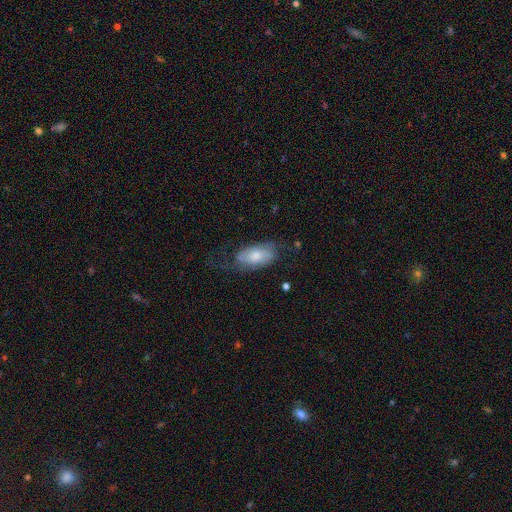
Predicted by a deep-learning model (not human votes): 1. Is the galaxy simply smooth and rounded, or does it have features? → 48% smooth, 45% featured or disk, 7% star or artifact.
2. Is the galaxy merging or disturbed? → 52% none, 26% minor disturbance, 21% major disturbance, 2% merger.